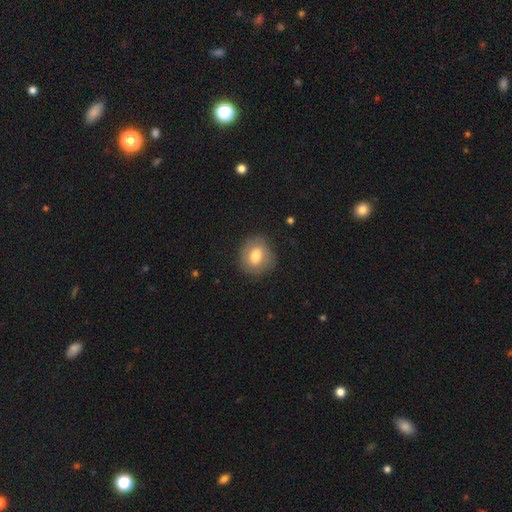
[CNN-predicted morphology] Overall: smooth (66%; featured or disk 27%). How rounded: round (67%; in between 32%). Merging: none (79%).